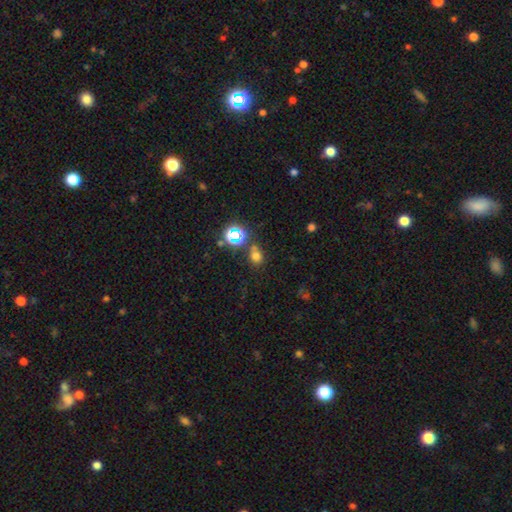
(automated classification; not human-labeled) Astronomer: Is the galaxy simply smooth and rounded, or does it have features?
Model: smooth — 64%.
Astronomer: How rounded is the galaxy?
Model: round — 69%.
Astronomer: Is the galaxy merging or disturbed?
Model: none — 67%.